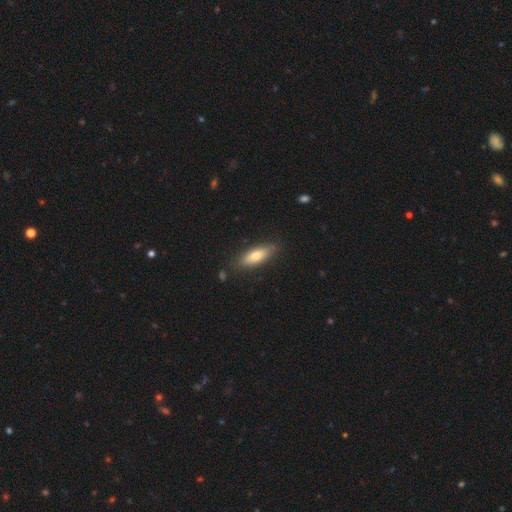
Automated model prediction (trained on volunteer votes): smooth-or-featured: smooth: 72% | featured or disk: 21% | star or artifact: 6%
  how-rounded: in between: 58% | cigar-shaped: 40% | round: 2%
  merging: none: 84% | minor disturbance: 12% | major disturbance: 2% | merger: 2%